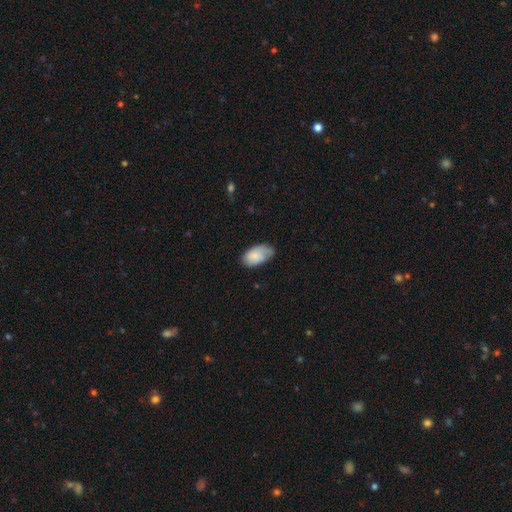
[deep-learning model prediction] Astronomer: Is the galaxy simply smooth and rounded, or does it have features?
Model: smooth — 76%.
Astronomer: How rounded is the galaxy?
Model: in between — 94%.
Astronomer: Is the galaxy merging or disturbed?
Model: none — 51% (runner-up: minor disturbance, 35%).